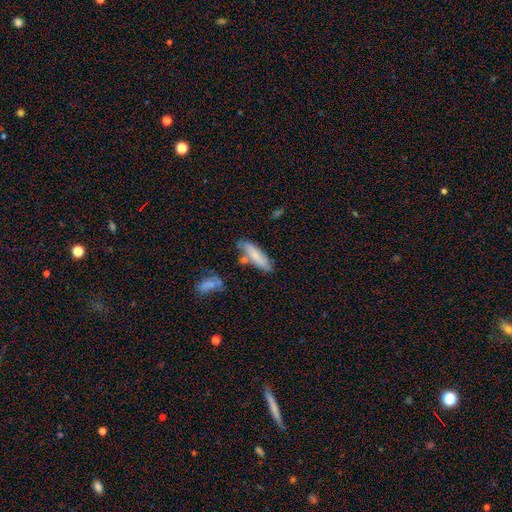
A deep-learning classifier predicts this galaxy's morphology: The model was most divided on "how rounded": cigar-shaped: 61%, in between: 38%, round: 2%. More confident: smooth or featured — smooth (73%); merging — none (62%).